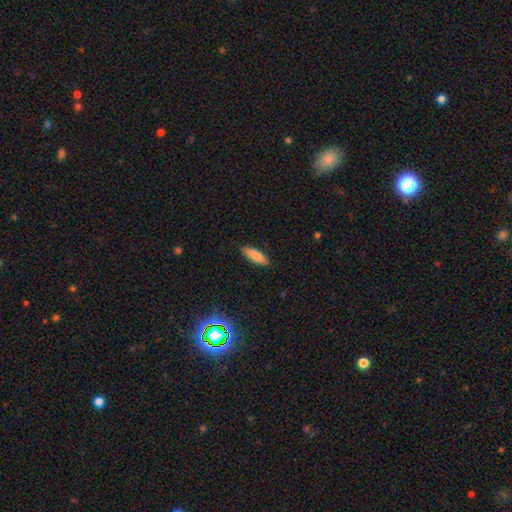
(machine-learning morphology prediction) Smooth or featured? smooth (77%)
How rounded? cigar-shaped (50%)
Merging? none (88%)